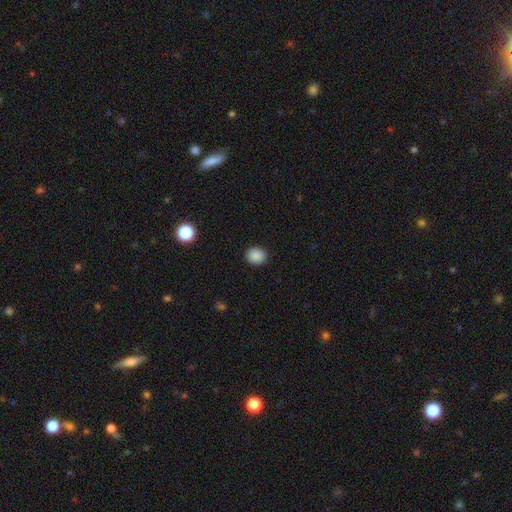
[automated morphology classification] A smooth galaxy with no disk features (88%) that is round (71%). Merging: none (90%).